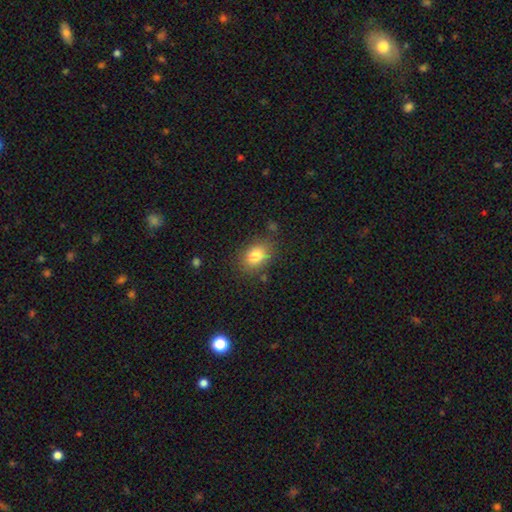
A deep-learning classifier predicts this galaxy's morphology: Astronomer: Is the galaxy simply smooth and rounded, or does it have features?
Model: smooth — 82%.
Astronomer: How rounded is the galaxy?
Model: in between — 70%.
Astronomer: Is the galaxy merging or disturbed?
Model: none — 79%.